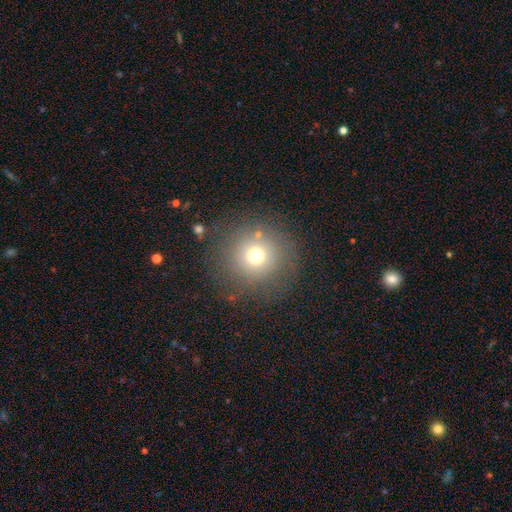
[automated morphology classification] type=smooth (70%); roundness=round (93%); merging=none (82%).